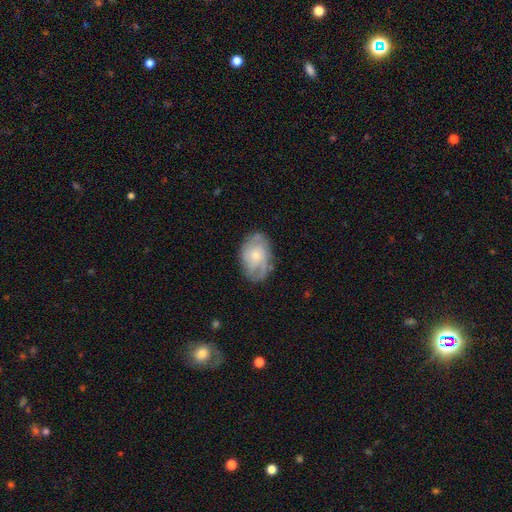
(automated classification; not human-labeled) Overall: featured or disk (65%; smooth 29%). Edge-on disk: no (96%). Bar: no (77%). Spiral arms: yes (85%). Spiral arm count: 2 (37%; can't tell 33%). Spiral winding: tight (44%; medium 40%). Bulge size: small (55%; moderate 38%). Merging: none (71%).